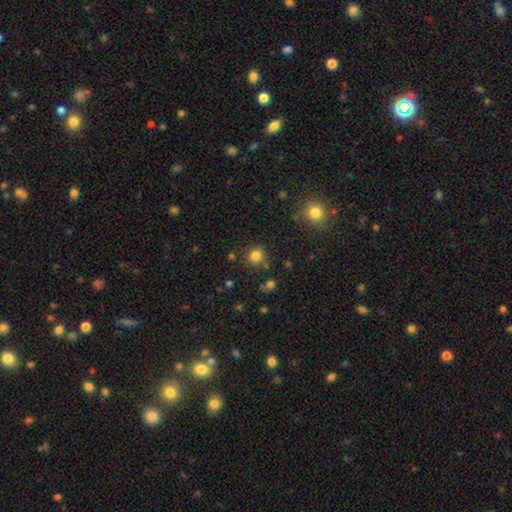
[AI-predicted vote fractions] This appears to be a smooth galaxy with no disk features (81%) that is round (86%). Merging: none (82%).